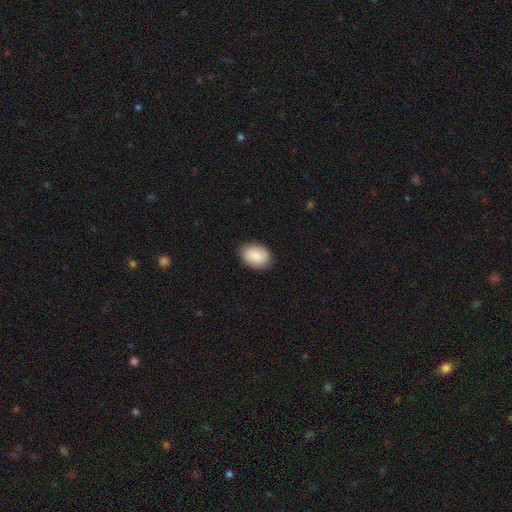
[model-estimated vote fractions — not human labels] smooth-or-featured: smooth: 87% | featured or disk: 7% | star or artifact: 6%
  how-rounded: in between: 80% | round: 19% | cigar-shaped: 1%
  merging: none: 86% | minor disturbance: 11% | major disturbance: 2% | merger: 1%